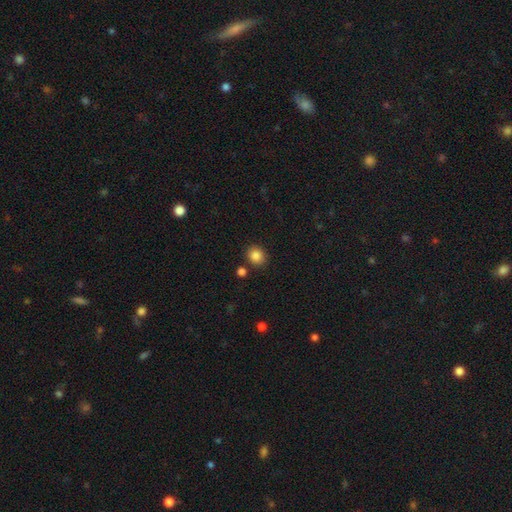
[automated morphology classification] smooth-or-featured: smooth: 86% | star or artifact: 10% | featured or disk: 4%
  how-rounded: round: 73% | in between: 26% | cigar-shaped: 1%
  merging: none: 84% | minor disturbance: 9% | merger: 5% | major disturbance: 3%